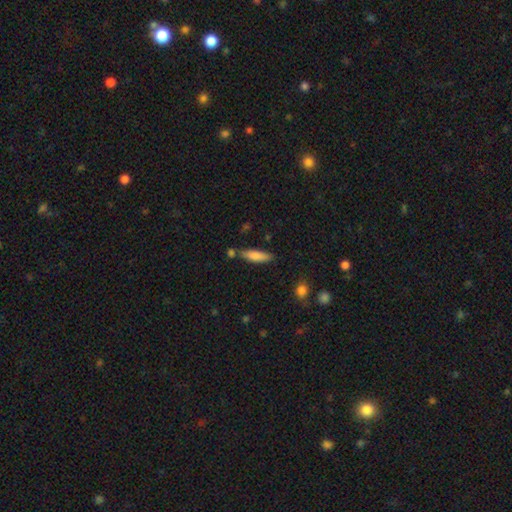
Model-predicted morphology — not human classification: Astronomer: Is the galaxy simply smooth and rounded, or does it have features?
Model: smooth — 81%.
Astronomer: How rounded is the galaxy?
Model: cigar-shaped — 64%.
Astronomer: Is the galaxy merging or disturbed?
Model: none — 73%.